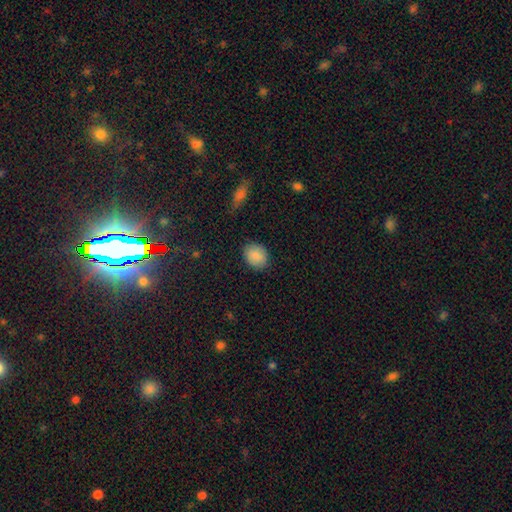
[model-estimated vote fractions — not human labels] A smooth galaxy with no disk features (88%) that is round (50%).

Vote fractions:
- Smooth or featured? smooth: 88% / star or artifact: 7% / featured or disk: 4%
- How rounded? round: 50% / in between: 49% / cigar-shaped: 1%
- Merging? none: 85% / minor disturbance: 11% / major disturbance: 3% / merger: 1%